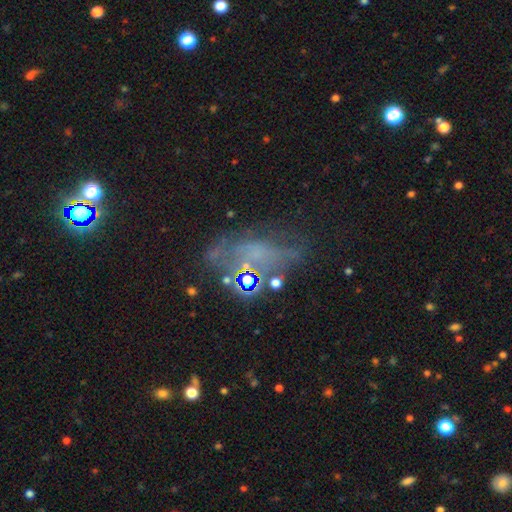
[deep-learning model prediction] Smooth or featured: featured or disk — 39% (star or artifact — 33%)
Merging: none — 46% (major disturbance — 26%)